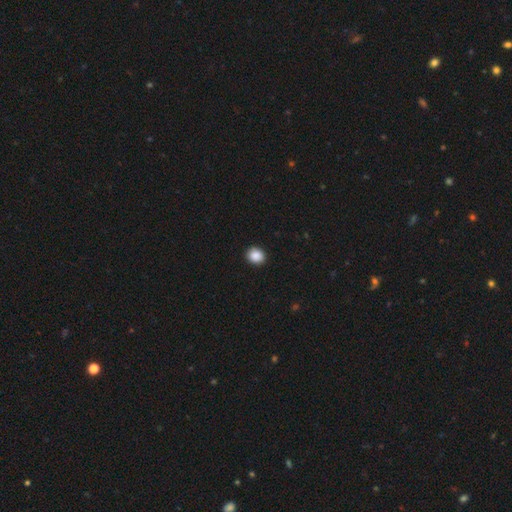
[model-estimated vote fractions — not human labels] The model was most divided on "how rounded": round: 67%, in between: 32%, cigar-shaped: 1%. More confident: merging — none (90%); smooth or featured — smooth (89%).